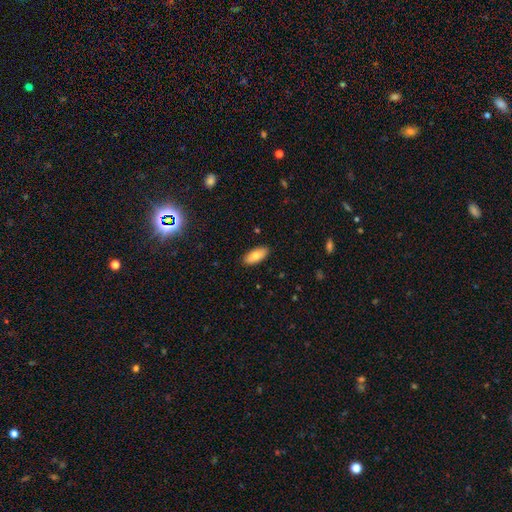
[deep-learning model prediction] Smooth or featured?
  - smooth: 79% *
  - featured or disk: 15%
  - star or artifact: 6%
How rounded?
  - in between: 88% *
  - cigar-shaped: 10%
  - round: 2%
Merging?
  - none: 89% *
  - minor disturbance: 9%
  - major disturbance: 2%
  - merger: 1%